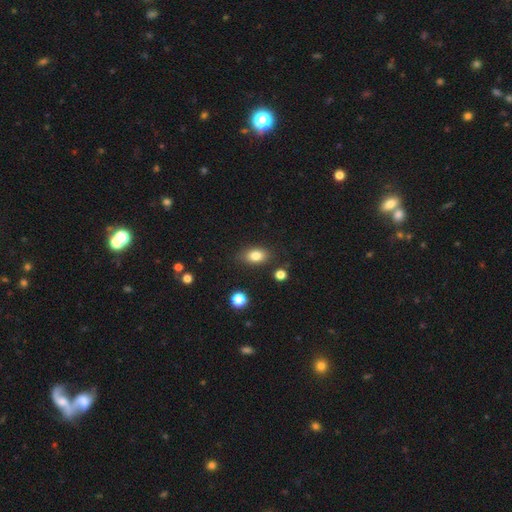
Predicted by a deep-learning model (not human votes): Overall: smooth (82%). How rounded: in between (84%). Merging: none (82%).